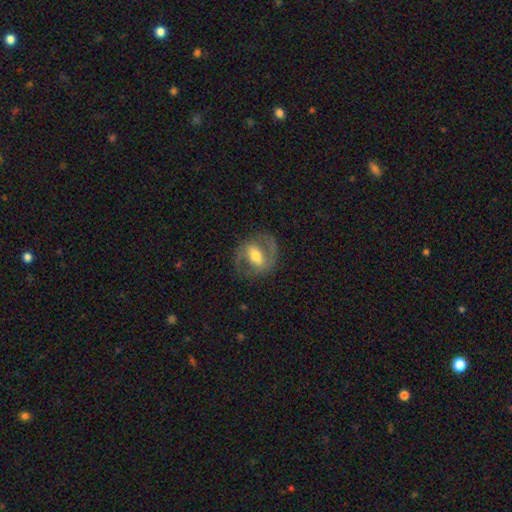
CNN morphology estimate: Smooth or featured? Predicted: featured or disk (p=0.80). Edge-on disk? Predicted: no (p=0.96). Bar? Predicted: strong (p=0.44). Spiral arms? Predicted: yes (p=0.90). Spiral winding? Predicted: medium (p=0.56). Spiral arm count? Predicted: 2 (p=0.90). Bulge size? Predicted: moderate (p=0.64). Merging? Predicted: none (p=0.79).